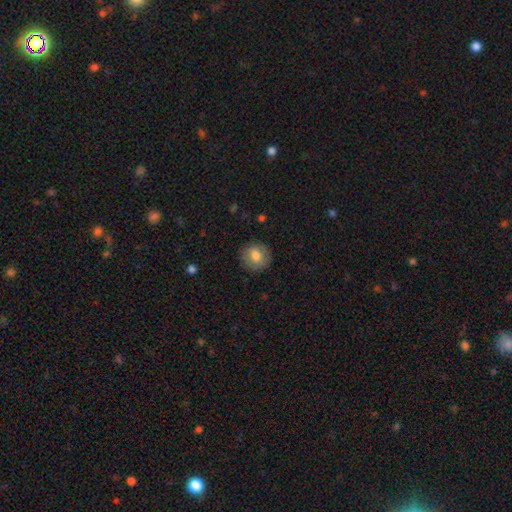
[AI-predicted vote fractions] A smooth galaxy with no disk features (76%) that is round (87%). Merging: none (87%).